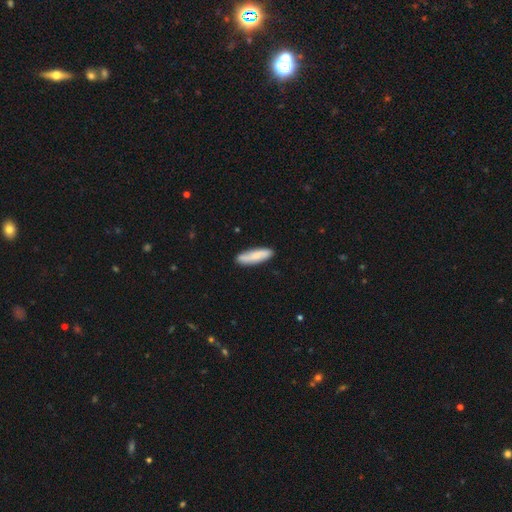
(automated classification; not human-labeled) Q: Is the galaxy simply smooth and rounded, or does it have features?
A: smooth — 78%.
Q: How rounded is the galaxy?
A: cigar-shaped — 66%.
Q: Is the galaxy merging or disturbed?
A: none — 84%.